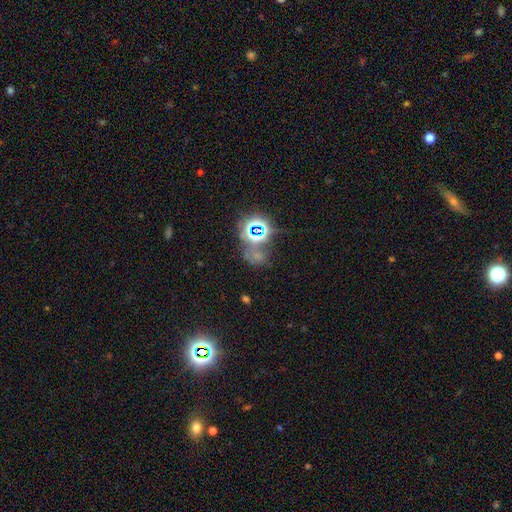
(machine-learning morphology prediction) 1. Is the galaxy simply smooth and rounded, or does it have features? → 61% star or artifact, 28% smooth, 11% featured or disk.